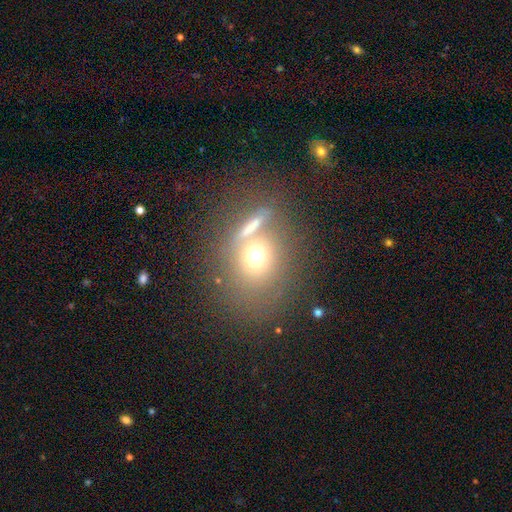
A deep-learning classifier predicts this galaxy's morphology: smooth_or_featured: smooth (p=0.64) [alt: featured or disk p=0.20]
how_rounded: round (p=0.67) [alt: in between p=0.30]
merging: none (p=0.52) [alt: merger p=0.27]